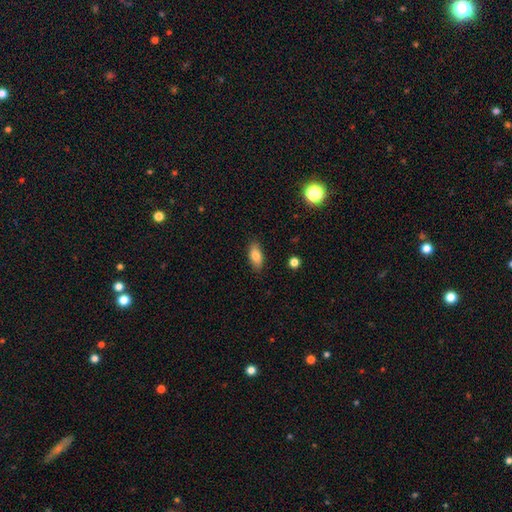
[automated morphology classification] A smooth galaxy with no disk features (82%) that is in between round and cigar-shaped (86%).

Vote fractions:
- Smooth or featured? smooth: 82% / featured or disk: 11% / star or artifact: 7%
- How rounded? in between: 86% / cigar-shaped: 10% / round: 4%
- Merging? none: 87% / minor disturbance: 10% / major disturbance: 2% / merger: 1%